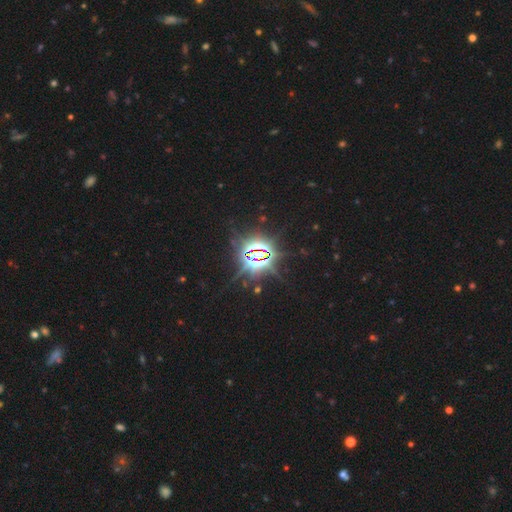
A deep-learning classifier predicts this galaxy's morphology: type=star or artifact (86%).